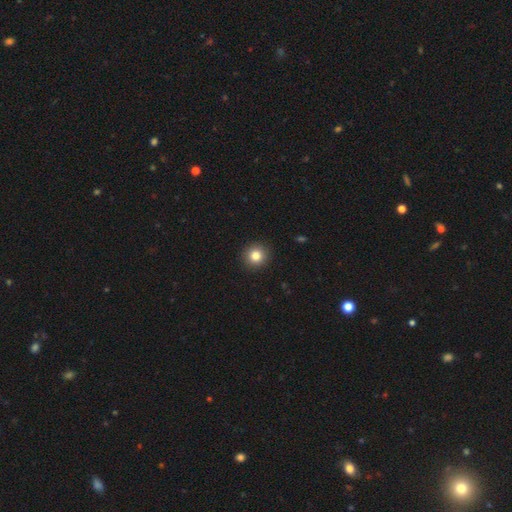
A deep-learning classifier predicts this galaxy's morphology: type=smooth (83%); roundness=round (93%); merging=none (92%).